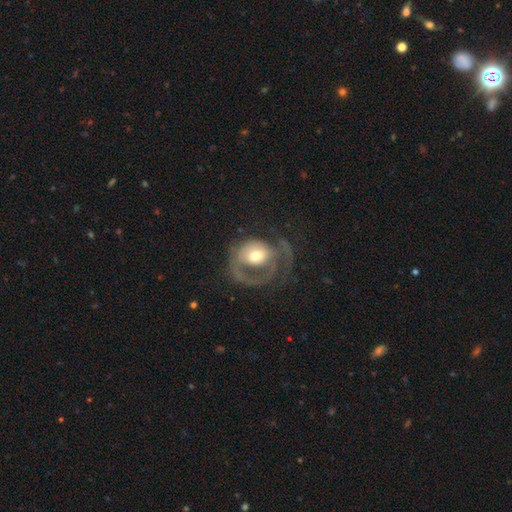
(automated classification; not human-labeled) This appears to be a featured or disk galaxy (66%) with no bar (65%), spiral arms (72%) and a moderate central bulge (65%). Merging: major disturbance (44%).